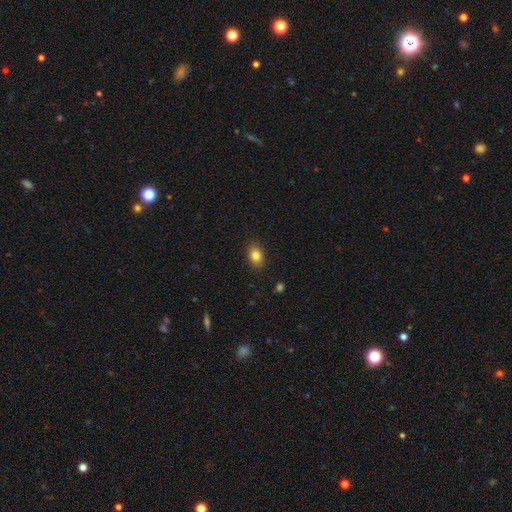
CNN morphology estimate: type=smooth (84%); roundness=in between (75%); merging=none (87%).